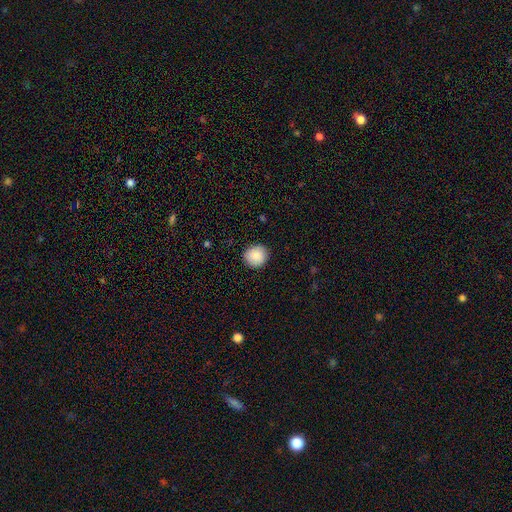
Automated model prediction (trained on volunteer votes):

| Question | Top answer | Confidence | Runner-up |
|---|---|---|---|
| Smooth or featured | smooth | 89% | star or artifact (7%) |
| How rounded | round | 88% | in between (11%) |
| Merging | none | 91% | minor disturbance (7%) |